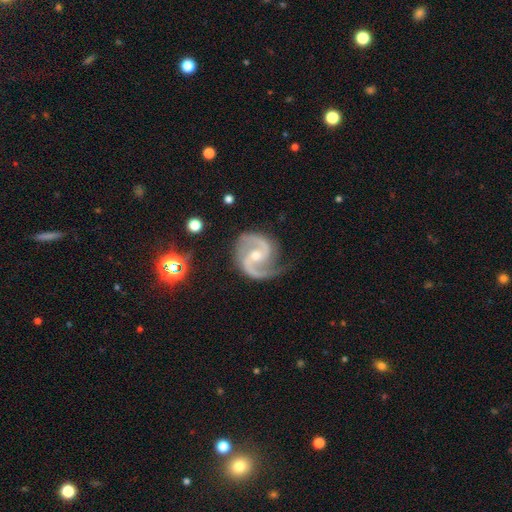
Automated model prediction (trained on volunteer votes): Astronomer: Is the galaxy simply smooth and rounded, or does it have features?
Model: featured or disk — 93%.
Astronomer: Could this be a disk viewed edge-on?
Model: no — 98%.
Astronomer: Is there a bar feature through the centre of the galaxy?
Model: no — 44% (runner-up: weak, 43%).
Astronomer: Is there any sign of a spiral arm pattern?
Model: yes — 98%.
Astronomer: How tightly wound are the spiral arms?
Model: medium — 64%.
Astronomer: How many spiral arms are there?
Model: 2 — 93%.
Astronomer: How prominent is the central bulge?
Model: moderate — 59% (runner-up: small, 36%).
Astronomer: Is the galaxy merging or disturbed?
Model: none — 75%.